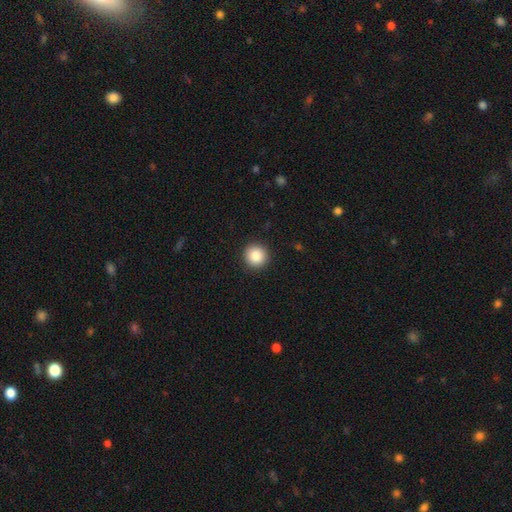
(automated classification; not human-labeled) Overall: smooth (86%). How rounded: round (95%). Merging: none (92%).